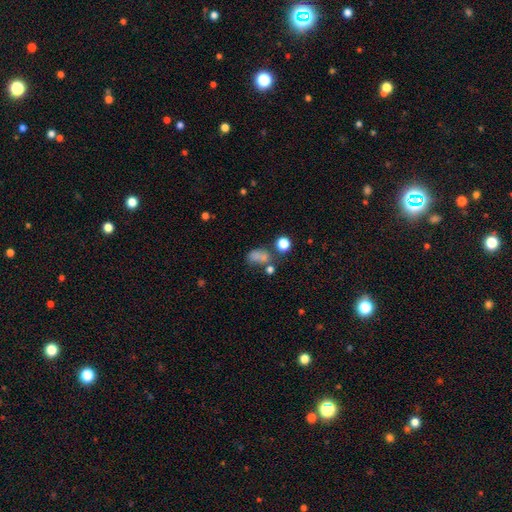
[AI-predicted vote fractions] Smooth or featured? Predicted: smooth (p=0.70). How rounded? Predicted: in between (p=0.75). Merging? Predicted: none (p=0.39).